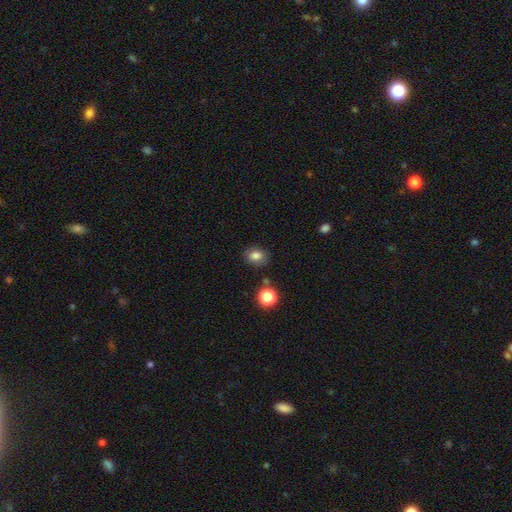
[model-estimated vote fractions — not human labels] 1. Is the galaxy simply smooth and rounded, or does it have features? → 81% smooth, 12% star or artifact, 7% featured or disk.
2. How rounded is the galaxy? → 52% in between, 47% round, 1% cigar-shaped.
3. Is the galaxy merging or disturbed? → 82% none, 11% minor disturbance, 4% merger, 3% major disturbance.